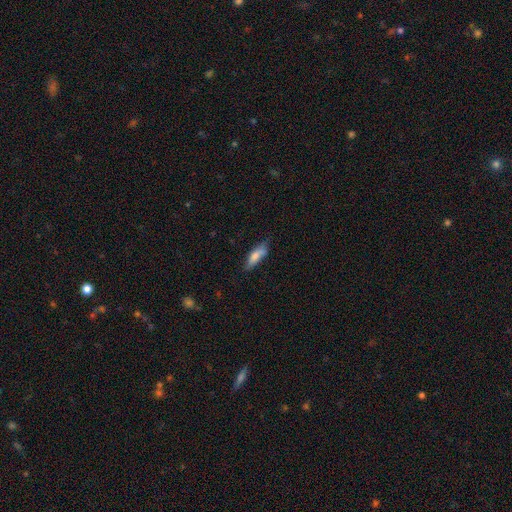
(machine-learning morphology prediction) smooth-or-featured: smooth: 77% | featured or disk: 17% | star or artifact: 7%
  how-rounded: in between: 50% | cigar-shaped: 48% | round: 2%
  merging: none: 66% | minor disturbance: 26% | major disturbance: 6% | merger: 2%